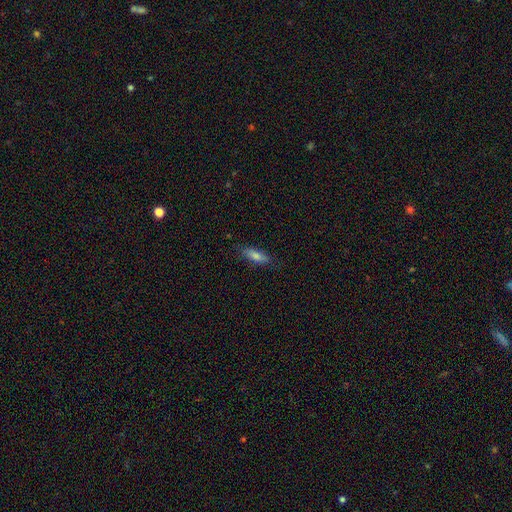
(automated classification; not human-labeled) A smooth galaxy with no disk features (76%) that is in between round and cigar-shaped (50%). Merging: none (82%).